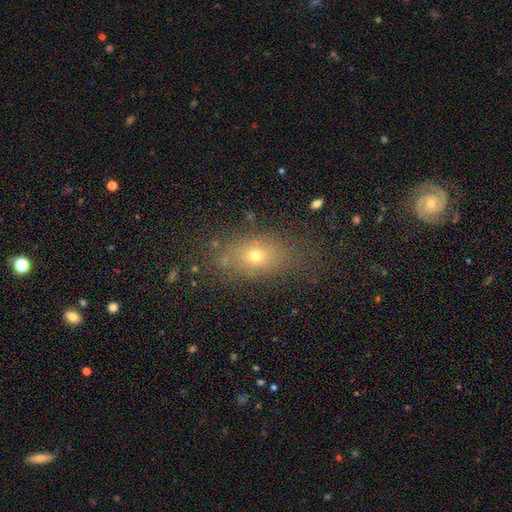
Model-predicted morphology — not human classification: Smooth or featured?
  - smooth: 66% *
  - featured or disk: 18%
  - star or artifact: 17%
How rounded?
  - in between: 73% *
  - round: 22%
  - cigar-shaped: 5%
Merging?
  - none: 74% *
  - minor disturbance: 15%
  - major disturbance: 8%
  - merger: 3%